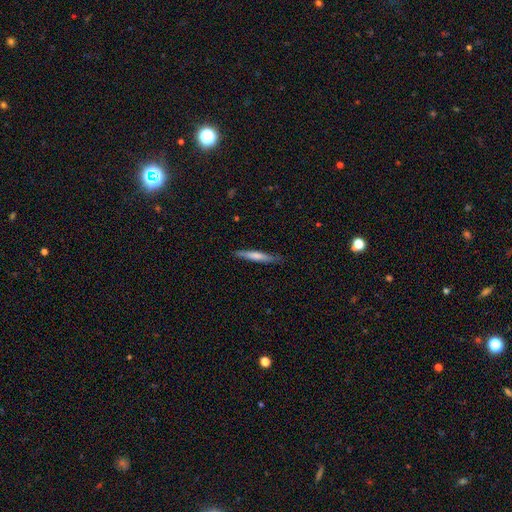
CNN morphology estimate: smooth-or-featured: smooth: 65% | featured or disk: 30% | star or artifact: 6%
  how-rounded: cigar-shaped: 93% | in between: 6% | round: 1%
  merging: none: 82% | minor disturbance: 14% | major disturbance: 2% | merger: 1%